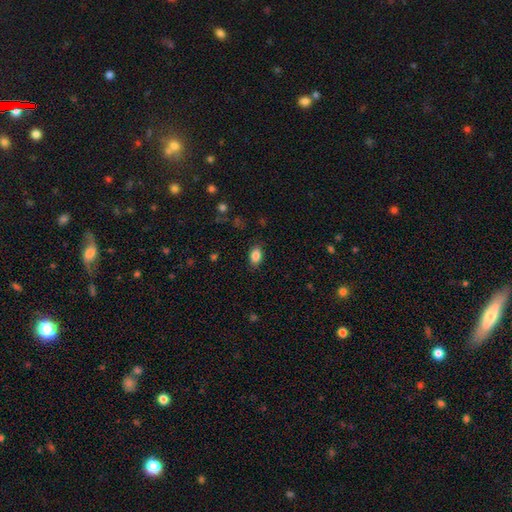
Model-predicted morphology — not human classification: type=smooth (85%); roundness=in between (86%); merging=none (86%).